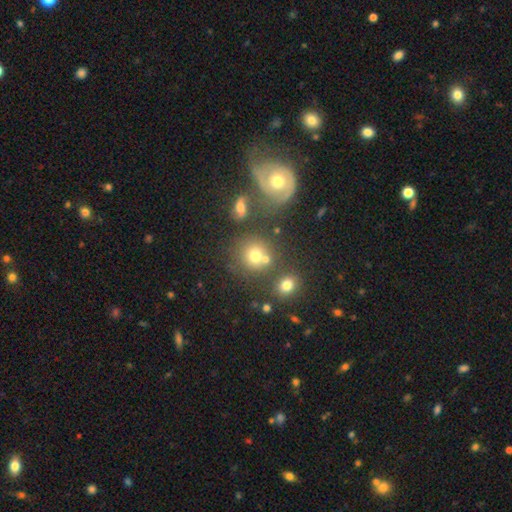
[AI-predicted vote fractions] Q: Smooth or featured?
A: smooth (66%); runner-up: featured or disk (20%)
Q: How rounded?
A: round (83%); runner-up: in between (16%)
Q: Merging?
A: none (56%); runner-up: merger (25%)